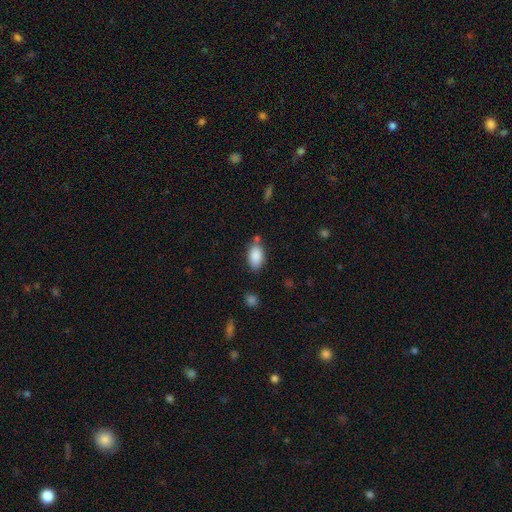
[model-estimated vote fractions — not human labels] A smooth galaxy with no disk features (88%) that is in between round and cigar-shaped (93%). Merging: none (68%).